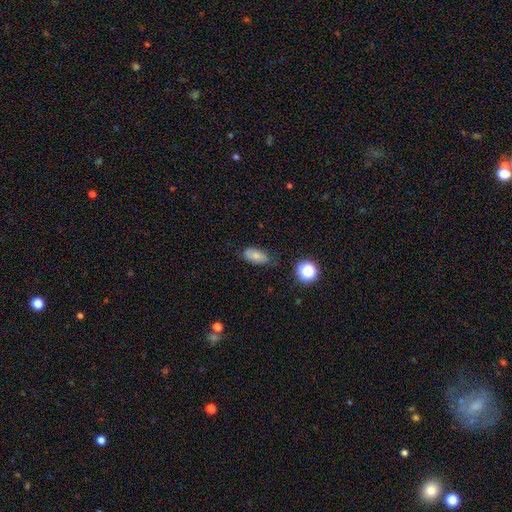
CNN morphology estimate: This is likely a smooth galaxy (73%). How rounded: clearly in between (89%). Merging: likely none (71%).